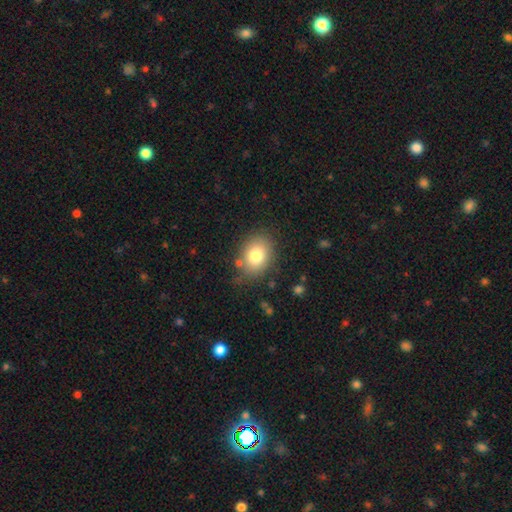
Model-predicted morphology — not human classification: type=smooth (79%); roundness=in between (63%); merging=none (77%).